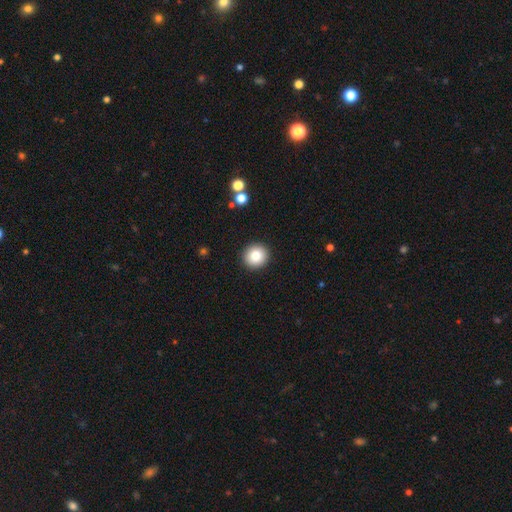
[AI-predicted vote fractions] Smooth or featured: smooth — 80% (star or artifact — 10%)
How rounded: round — 93% (in between — 6%)
Merging: none — 93% (minor disturbance — 5%)